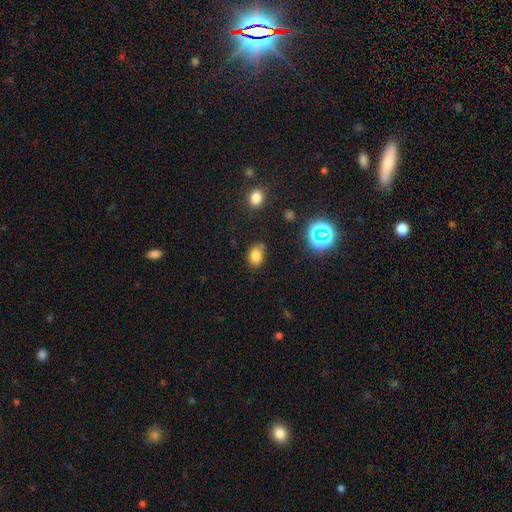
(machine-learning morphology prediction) A smooth galaxy with no disk features (78%) that is in between round and cigar-shaped (59%). Merging: none (74%).